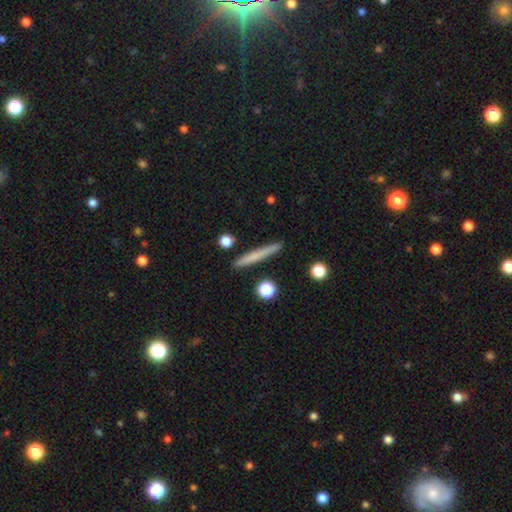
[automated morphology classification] Q: Smooth or featured?
A: smooth (63%); runner-up: featured or disk (30%)
Q: How rounded?
A: cigar-shaped (95%); runner-up: in between (3%)
Q: Merging?
A: none (89%); runner-up: minor disturbance (7%)